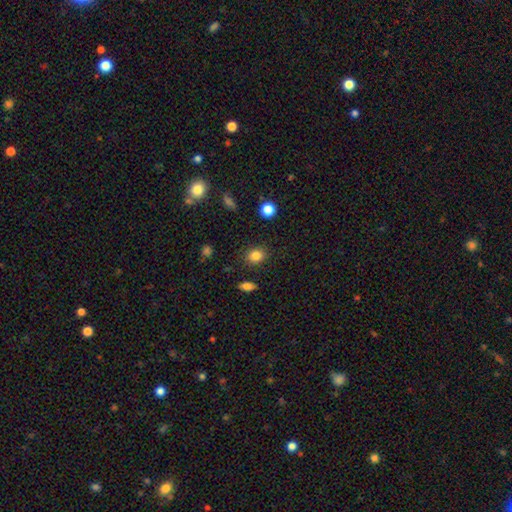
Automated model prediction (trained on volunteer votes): Smooth or featured: smooth — 83% (star or artifact — 11%)
How rounded: round — 60% (in between — 39%)
Merging: none — 87% (minor disturbance — 8%)